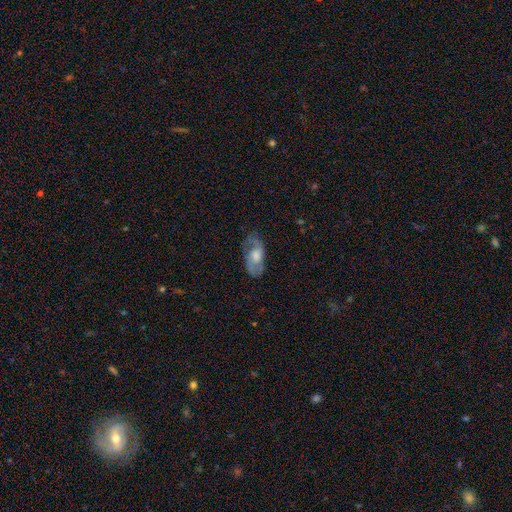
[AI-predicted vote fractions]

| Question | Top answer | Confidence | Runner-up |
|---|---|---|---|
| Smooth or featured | featured or disk | 62% | smooth (31%) |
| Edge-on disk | no | 90% | yes (10%) |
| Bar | no | 67% | weak (28%) |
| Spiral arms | yes | 78% | no (22%) |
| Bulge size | moderate | 47% | large (31%) |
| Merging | none | 71% | minor disturbance (20%) |